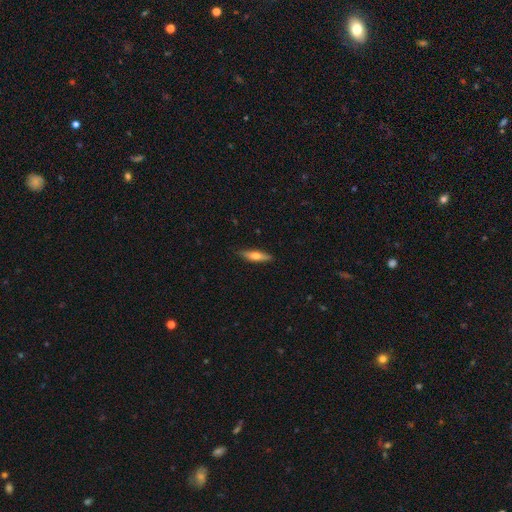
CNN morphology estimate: A smooth galaxy with no disk features (55%) that is cigar-shaped (69%). Merging: none (87%).